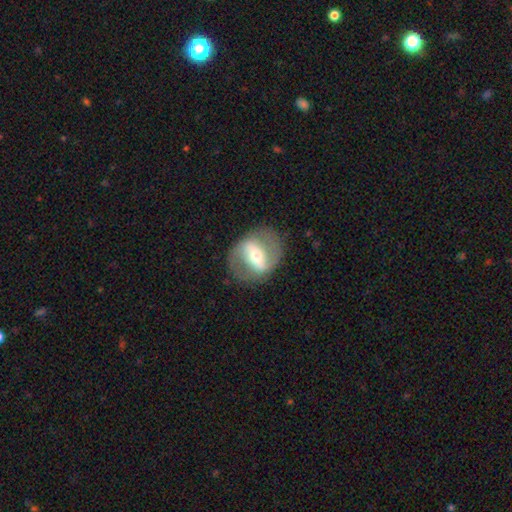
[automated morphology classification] Q: Smooth or featured?
A: featured or disk (73%); runner-up: smooth (21%)
Q: Edge-on disk?
A: no (92%); runner-up: yes (8%)
Q: Bar?
A: strong (61%); runner-up: weak (26%)
Q: Spiral arms?
A: yes (62%); runner-up: no (38%)
Q: Bulge size?
A: moderate (57%); runner-up: small (32%)
Q: Merging?
A: none (79%); runner-up: minor disturbance (12%)